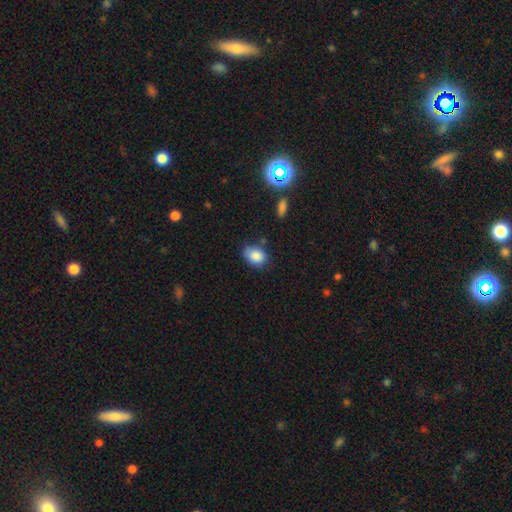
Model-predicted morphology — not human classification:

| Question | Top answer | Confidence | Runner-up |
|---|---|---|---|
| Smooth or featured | smooth | 86% | star or artifact (8%) |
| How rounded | in between | 74% | round (25%) |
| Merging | none | 69% | minor disturbance (23%) |